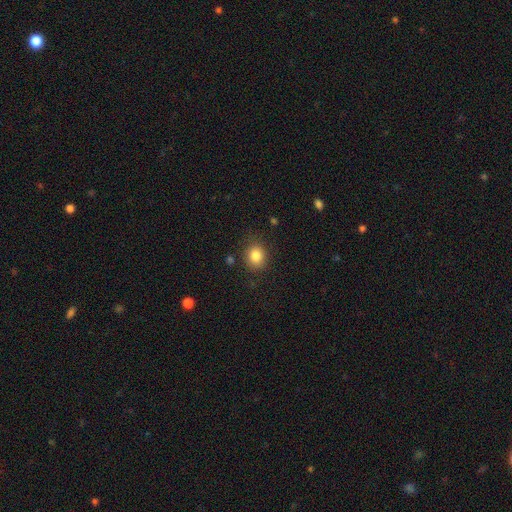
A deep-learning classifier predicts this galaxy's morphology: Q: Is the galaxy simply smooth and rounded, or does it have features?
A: smooth — 84%.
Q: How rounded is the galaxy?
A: round — 69%.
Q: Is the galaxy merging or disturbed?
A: none — 84%.